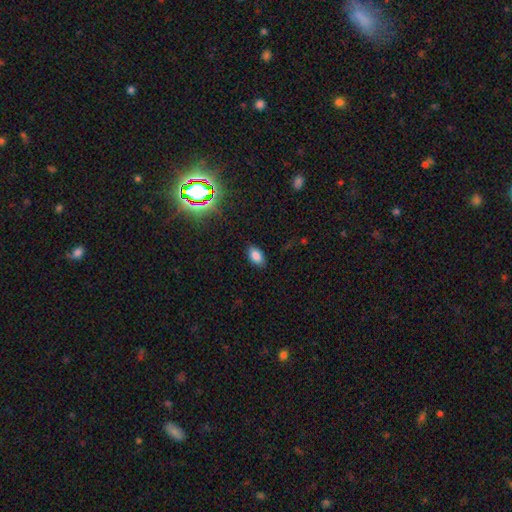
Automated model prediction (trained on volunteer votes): A smooth galaxy with no disk features (83%) that is in between round and cigar-shaped (92%). Merging: none (86%).